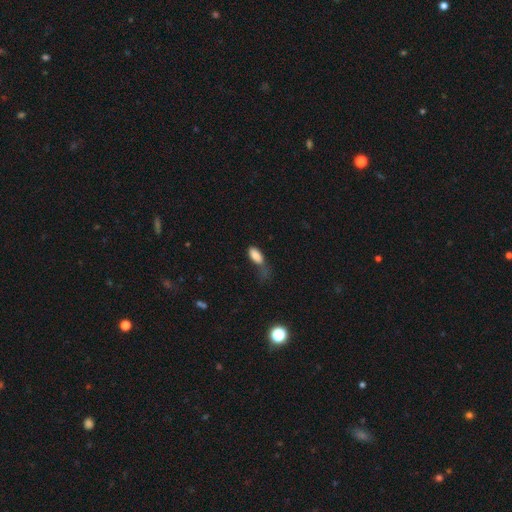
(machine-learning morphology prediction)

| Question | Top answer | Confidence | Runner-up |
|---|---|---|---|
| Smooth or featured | smooth | 82% | featured or disk (10%) |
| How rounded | in between | 86% | cigar-shaped (10%) |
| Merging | major disturbance | 40% | minor disturbance (29%) |